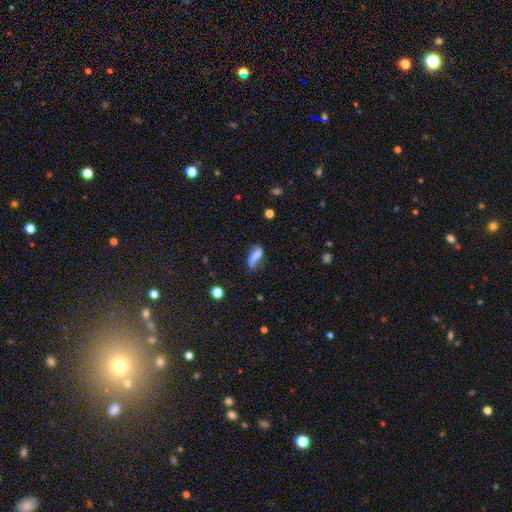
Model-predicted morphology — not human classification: This appears to be a smooth galaxy with no disk features (60%) that is in between round and cigar-shaped (75%). Merging: none (43%).